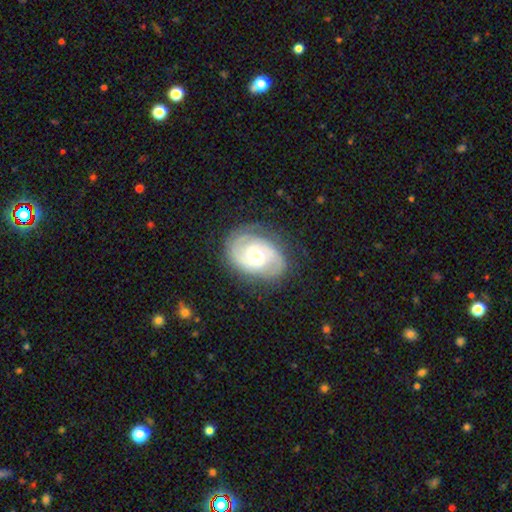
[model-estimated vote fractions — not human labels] smooth_or_featured: featured or disk (p=0.80) [alt: smooth p=0.15]
disk_edge_on: no (p=0.97) [alt: yes p=0.03]
bar: no (p=0.64) [alt: weak p=0.29]
has_spiral_arms: yes (p=0.91) [alt: no p=0.09]
spiral_winding: tight (p=0.53) [alt: medium p=0.36]
spiral_arm_count: 2 (p=0.69) [alt: can't tell p=0.16]
bulge_size: moderate (p=0.70) [alt: small p=0.20]
merging: none (p=0.75) [alt: minor disturbance p=0.17]